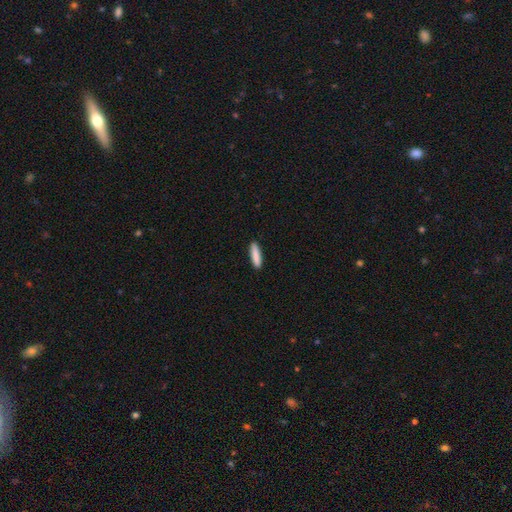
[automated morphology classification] smooth-or-featured: smooth: 88% | featured or disk: 6% | star or artifact: 6%
  how-rounded: cigar-shaped: 79% | in between: 20% | round: 1%
  merging: none: 91% | minor disturbance: 6% | major disturbance: 1% | merger: 1%